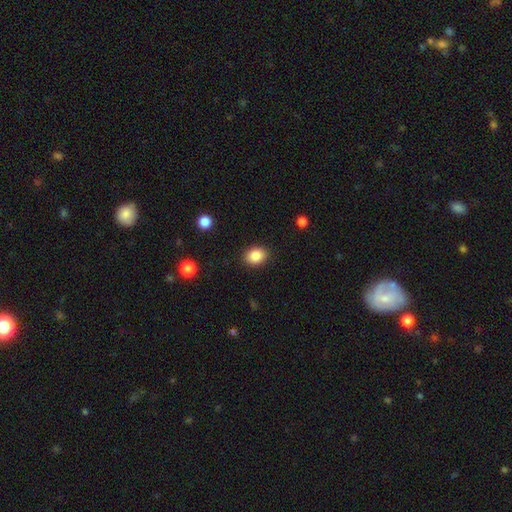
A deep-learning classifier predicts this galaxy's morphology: Smooth or featured?
  - smooth: 86% *
  - star or artifact: 9%
  - featured or disk: 5%
How rounded?
  - in between: 53% *
  - round: 46%
  - cigar-shaped: 1%
Merging?
  - none: 89% *
  - minor disturbance: 7%
  - major disturbance: 2%
  - merger: 1%